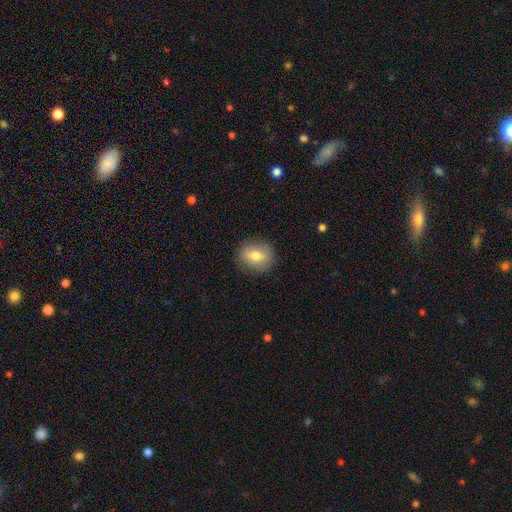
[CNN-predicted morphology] type=smooth (71%); roundness=round (62%); merging=none (87%).